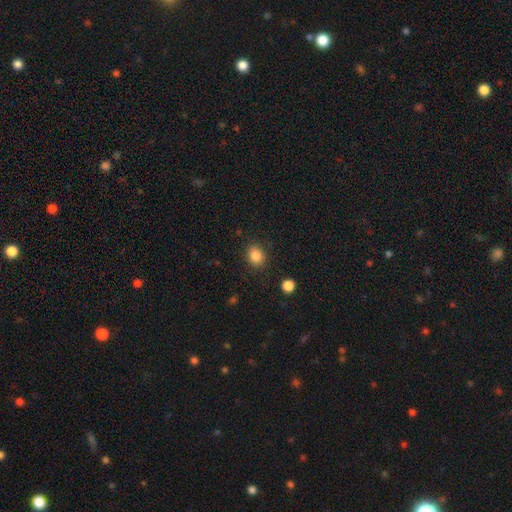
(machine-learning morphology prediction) smooth_or_featured: smooth (p=0.85) [alt: star or artifact p=0.10]
how_rounded: round (p=0.60) [alt: in between p=0.39]
merging: none (p=0.85) [alt: minor disturbance p=0.10]